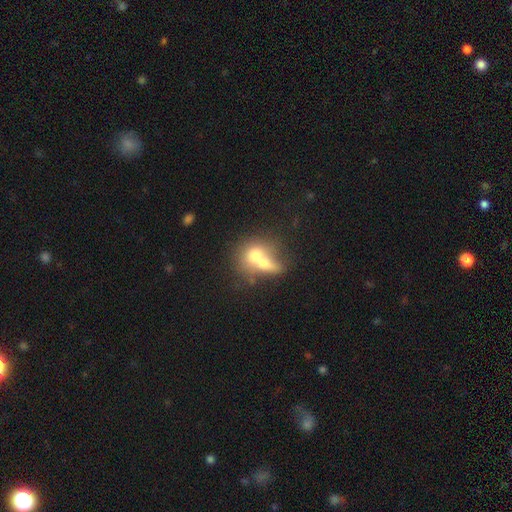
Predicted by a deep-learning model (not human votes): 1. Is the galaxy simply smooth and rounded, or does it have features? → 62% smooth, 29% featured or disk, 9% star or artifact.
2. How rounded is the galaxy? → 51% round, 44% in between, 5% cigar-shaped.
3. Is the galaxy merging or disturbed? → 74% merger, 15% none, 6% minor disturbance, 5% major disturbance.